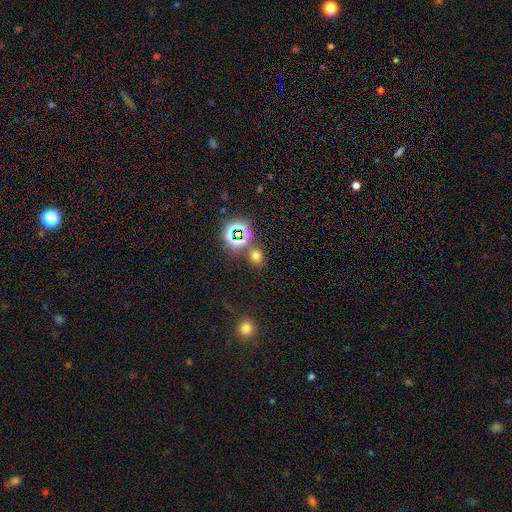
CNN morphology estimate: Smooth or featured: smooth — 60% (star or artifact — 34%)
How rounded: round — 74% (in between — 25%)
Merging: none — 78% (merger — 10%)